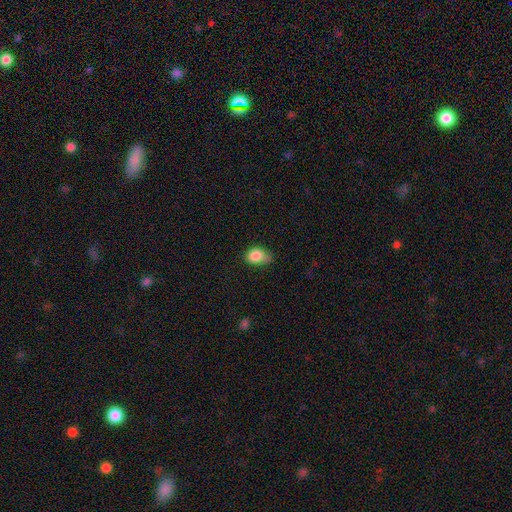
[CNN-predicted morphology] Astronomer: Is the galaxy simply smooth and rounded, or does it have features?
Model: smooth — 86%.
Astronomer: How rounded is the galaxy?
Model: in between — 69%.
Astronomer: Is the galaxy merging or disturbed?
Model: none — 46% (runner-up: minor disturbance, 43%).